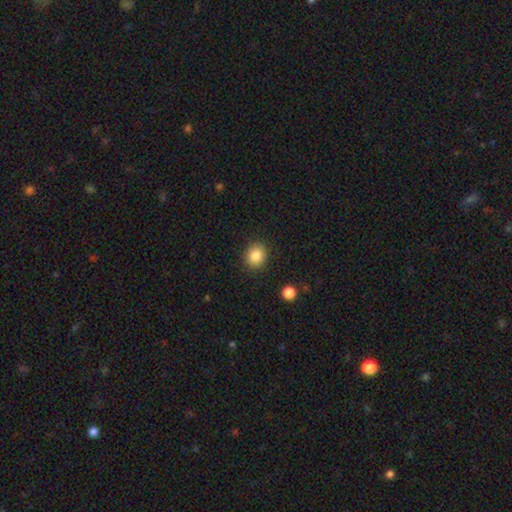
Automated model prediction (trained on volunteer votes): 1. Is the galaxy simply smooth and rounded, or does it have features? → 86% smooth, 9% star or artifact, 5% featured or disk.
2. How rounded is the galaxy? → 77% round, 22% in between, 1% cigar-shaped.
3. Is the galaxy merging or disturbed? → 87% none, 8% minor disturbance, 3% major disturbance, 2% merger.